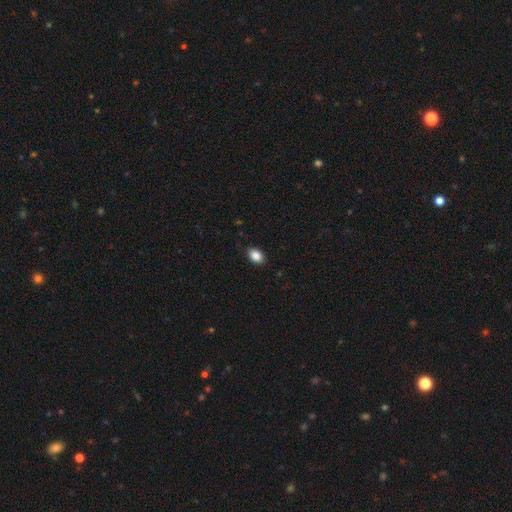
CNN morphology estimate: This appears to be a smooth galaxy with no disk features (88%) that is in between round and cigar-shaped (81%). Merging: none (88%).